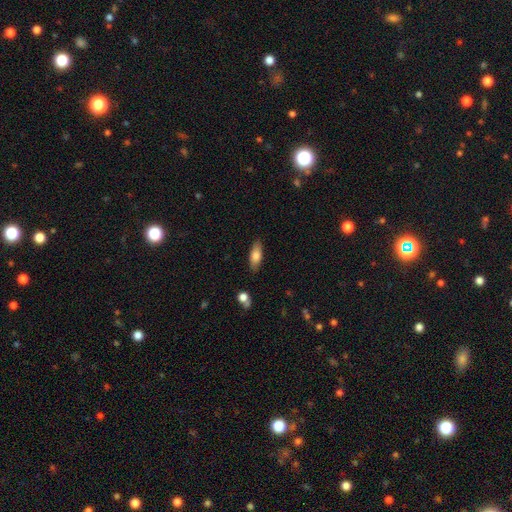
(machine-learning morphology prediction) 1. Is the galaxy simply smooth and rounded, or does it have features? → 74% smooth, 19% featured or disk, 7% star or artifact.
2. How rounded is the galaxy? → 73% in between, 24% cigar-shaped, 3% round.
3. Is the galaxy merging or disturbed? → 85% none, 11% minor disturbance, 2% major disturbance, 2% merger.